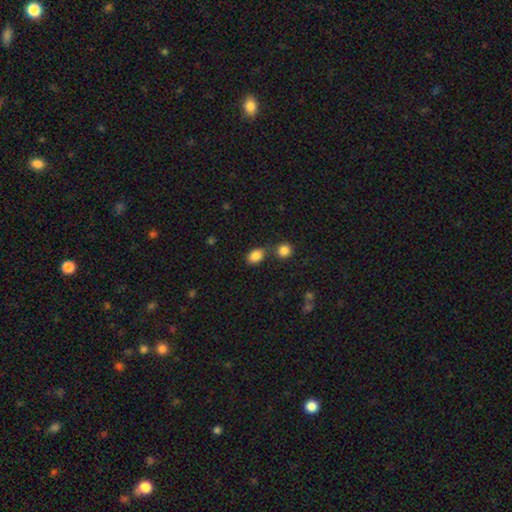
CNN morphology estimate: Smooth or featured? Predicted: smooth (p=0.86). How rounded? Predicted: in between (p=0.81). Merging? Predicted: none (p=0.64).